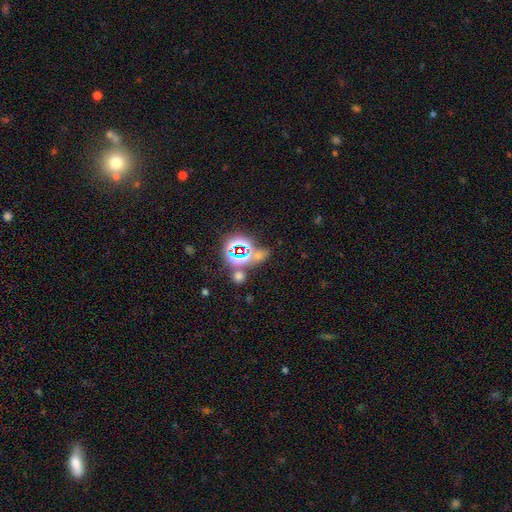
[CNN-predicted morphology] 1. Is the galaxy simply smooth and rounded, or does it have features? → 56% star or artifact, 35% smooth, 10% featured or disk.